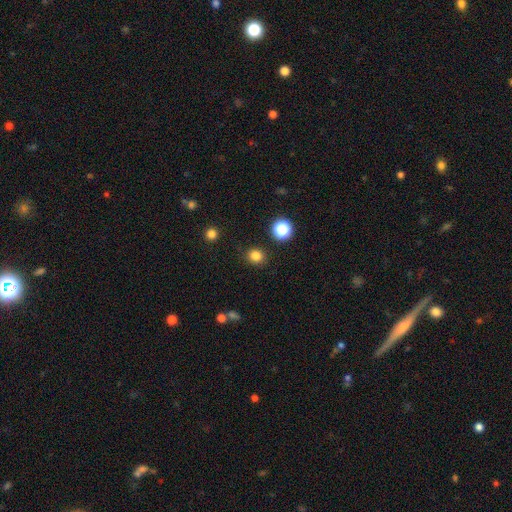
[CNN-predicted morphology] Overall: smooth (81%). How rounded: round (81%). Merging: none (88%).